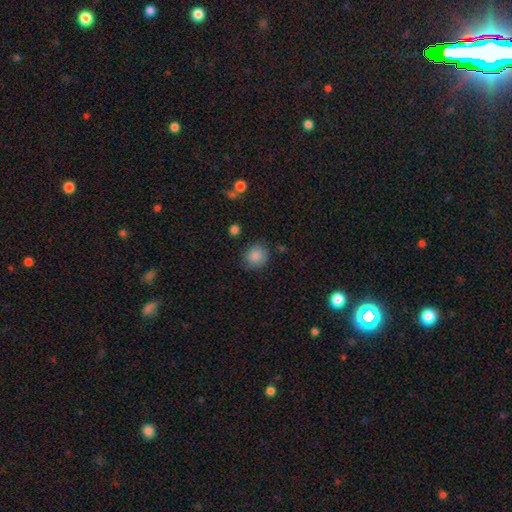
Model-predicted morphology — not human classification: This appears to be a smooth galaxy with no disk features (85%) that is round (78%). Merging: none (76%).